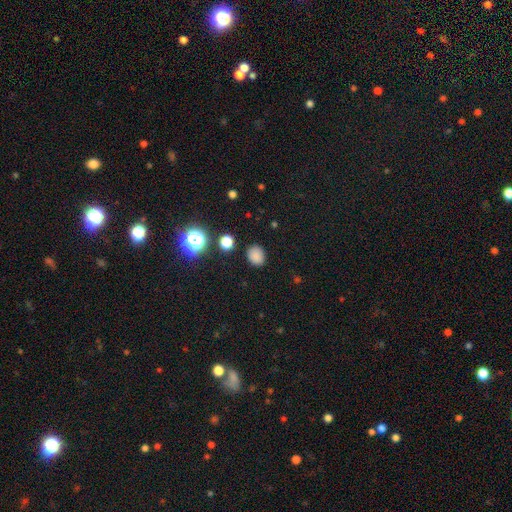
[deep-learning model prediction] Smooth or featured: smooth — 81% (star or artifact — 15%)
How rounded: round — 54% (in between — 45%)
Merging: none — 84% (minor disturbance — 11%)